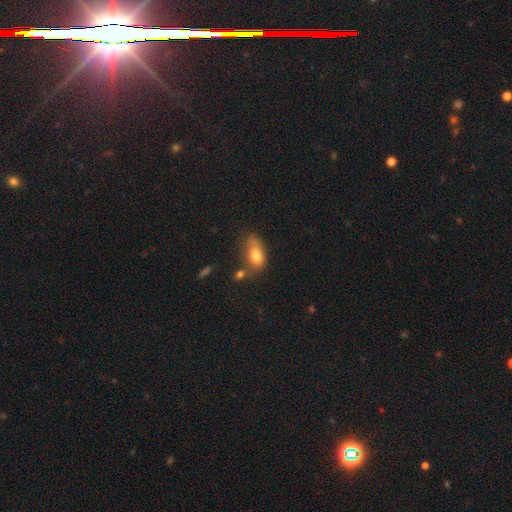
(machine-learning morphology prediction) smooth_or_featured: smooth (p=0.77) [alt: featured or disk p=0.14]
how_rounded: in between (p=0.86) [alt: round p=0.09]
merging: none (p=0.38) [alt: minor disturbance p=0.31]